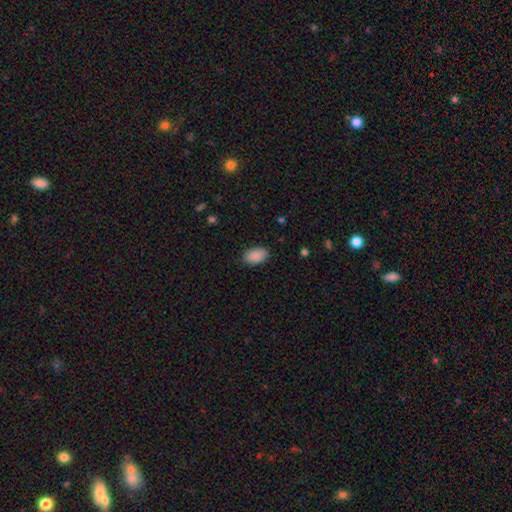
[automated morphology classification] The model was most divided on "merging": none: 84%, minor disturbance: 12%, major disturbance: 3%, merger: 1%. More confident: how rounded — in between (92%); smooth or featured — smooth (89%).